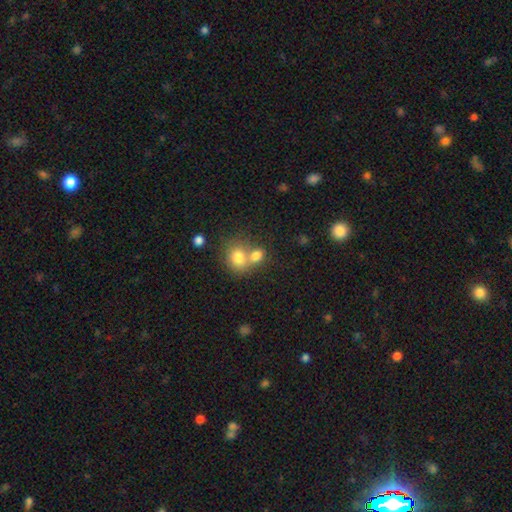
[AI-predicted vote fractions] A smooth galaxy with no disk features (77%) that is round (56%).

Vote fractions:
- Smooth or featured? smooth: 77% / featured or disk: 13% / star or artifact: 11%
- How rounded? round: 56% / in between: 43% / cigar-shaped: 1%
- Merging? merger: 59% / none: 30% / minor disturbance: 7% / major disturbance: 4%